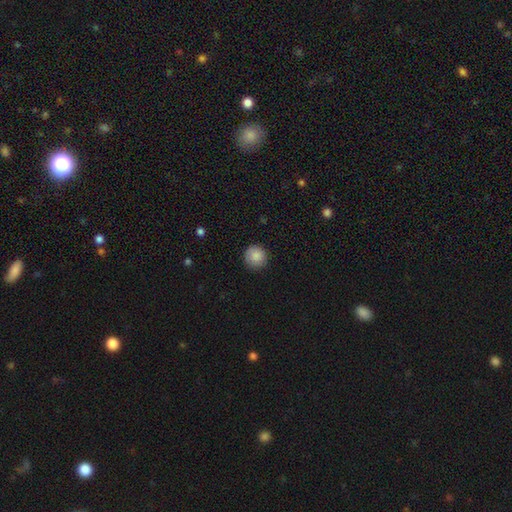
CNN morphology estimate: A smooth galaxy with no disk features (86%) that is round (94%). Merging: none (88%).